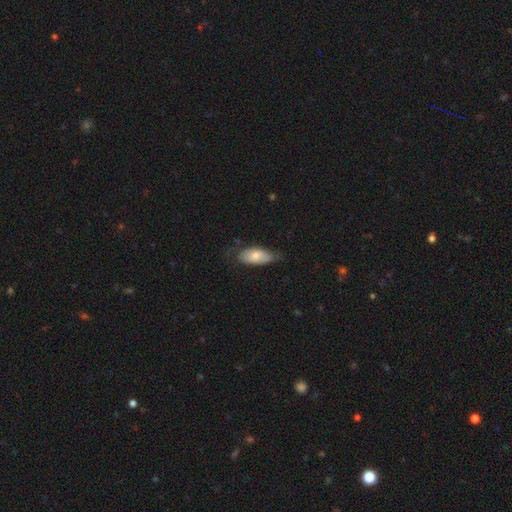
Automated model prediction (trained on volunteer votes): A smooth galaxy with no disk features (69%) that is in between round and cigar-shaped (87%).

Vote fractions:
- Smooth or featured? smooth: 69% / featured or disk: 25% / star or artifact: 6%
- How rounded? in between: 87% / cigar-shaped: 10% / round: 3%
- Merging? none: 56% / minor disturbance: 33% / major disturbance: 9% / merger: 2%